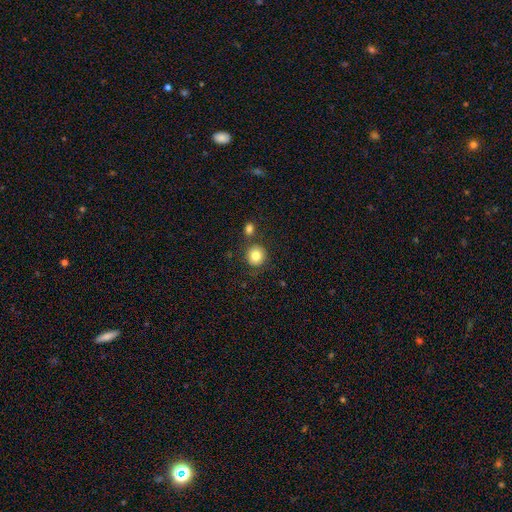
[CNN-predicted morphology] smooth_or_featured: smooth (p=0.82) [alt: star or artifact p=0.10]
how_rounded: round (p=0.91) [alt: in between p=0.08]
merging: none (p=0.75) [alt: merger p=0.11]